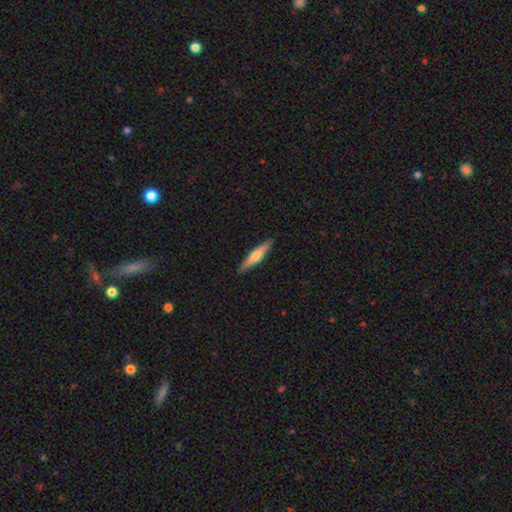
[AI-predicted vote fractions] Smooth or featured? Predicted: smooth (p=0.52). How rounded? Predicted: cigar-shaped (p=0.87). Merging? Predicted: none (p=0.90).